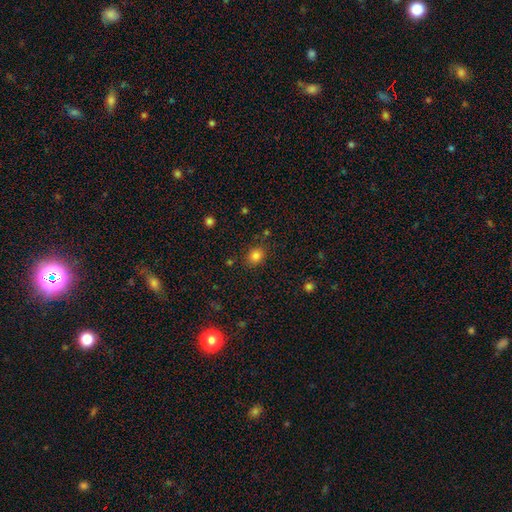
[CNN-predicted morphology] This is clearly a smooth galaxy (83%). How rounded: likely round (68%). Merging: clearly none (83%).